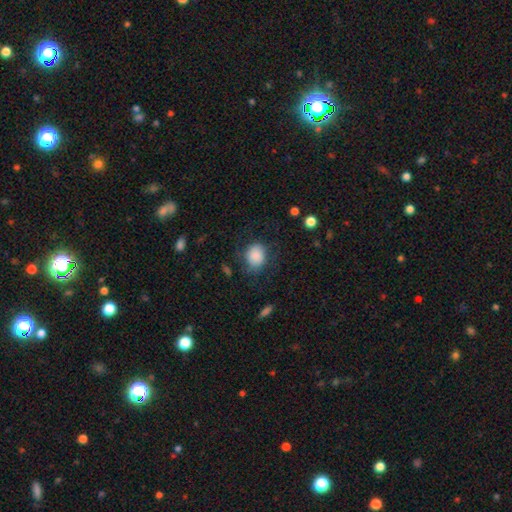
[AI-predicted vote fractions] Smooth or featured? smooth (85%)
How rounded? round (55%)
Merging? none (67%)